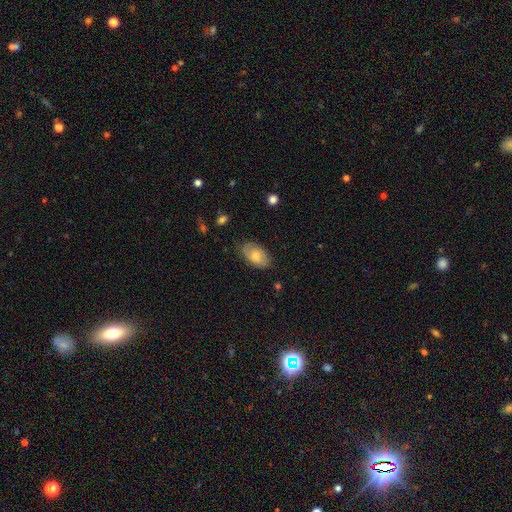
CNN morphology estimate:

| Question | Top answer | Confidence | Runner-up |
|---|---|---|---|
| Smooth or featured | smooth | 61% | featured or disk (31%) |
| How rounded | in between | 92% | round (6%) |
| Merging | none | 77% | minor disturbance (19%) |